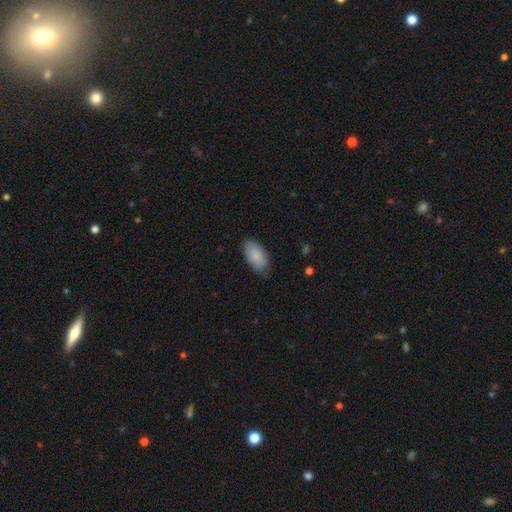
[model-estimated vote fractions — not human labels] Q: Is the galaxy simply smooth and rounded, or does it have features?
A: smooth — 87%.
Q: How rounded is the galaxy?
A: in between — 94%.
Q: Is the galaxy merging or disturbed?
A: none — 77%.